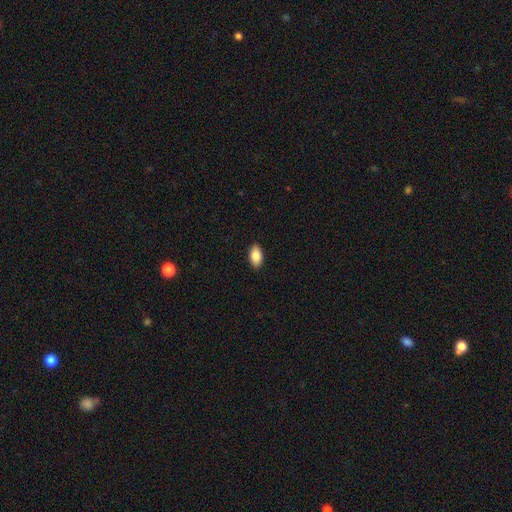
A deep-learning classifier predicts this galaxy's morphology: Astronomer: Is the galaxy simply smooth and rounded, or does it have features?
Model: smooth — 86%.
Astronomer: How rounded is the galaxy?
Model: in between — 93%.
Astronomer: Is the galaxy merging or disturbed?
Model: none — 89%.